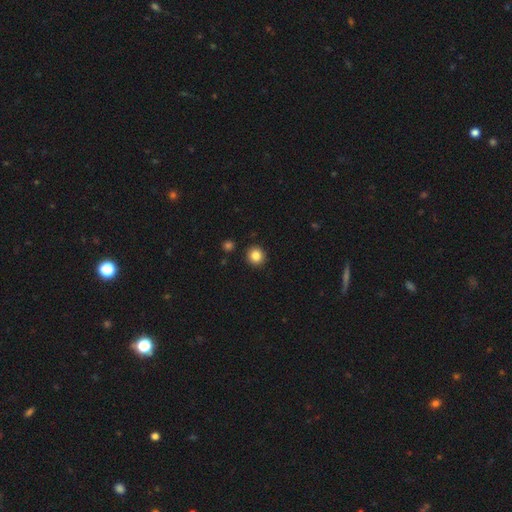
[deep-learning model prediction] smooth-or-featured: smooth: 85% | star or artifact: 10% | featured or disk: 5%
  how-rounded: round: 91% | in between: 8% | cigar-shaped: 1%
  merging: none: 91% | minor disturbance: 5% | merger: 2% | major disturbance: 2%